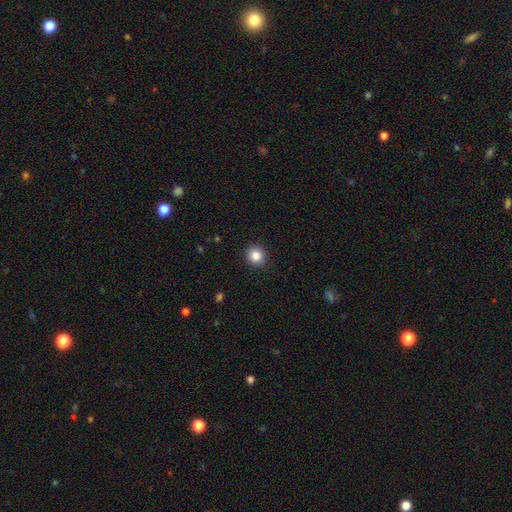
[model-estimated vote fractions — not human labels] Smooth or featured? Predicted: smooth (p=0.85). How rounded? Predicted: round (p=0.88). Merging? Predicted: none (p=0.91).